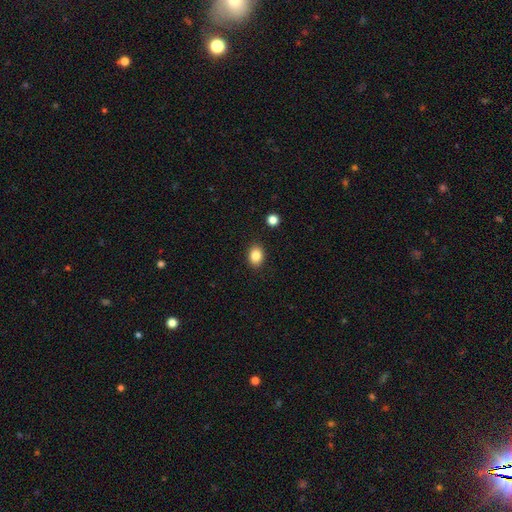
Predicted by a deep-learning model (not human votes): Smooth or featured: smooth — 85% (star or artifact — 10%)
How rounded: in between — 62% (round — 37%)
Merging: none — 89% (minor disturbance — 7%)